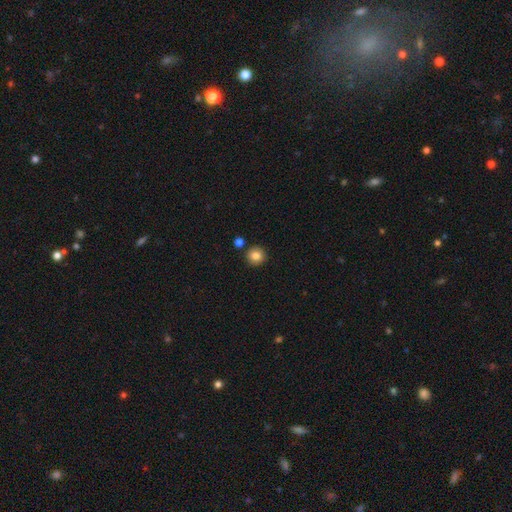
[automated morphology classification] smooth-or-featured: smooth: 83% | star or artifact: 10% | featured or disk: 7%
  how-rounded: round: 93% | in between: 6% | cigar-shaped: 1%
  merging: none: 88% | minor disturbance: 6% | merger: 4% | major disturbance: 2%